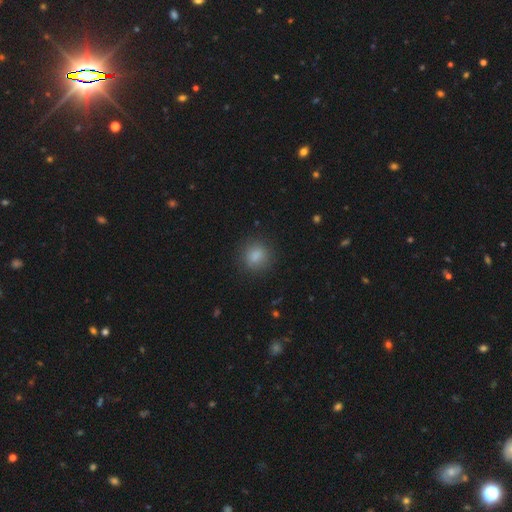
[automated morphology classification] The model was most divided on "how rounded": round: 77%, in between: 22%, cigar-shaped: 1%. More confident: merging — none (85%); smooth or featured — smooth (84%).